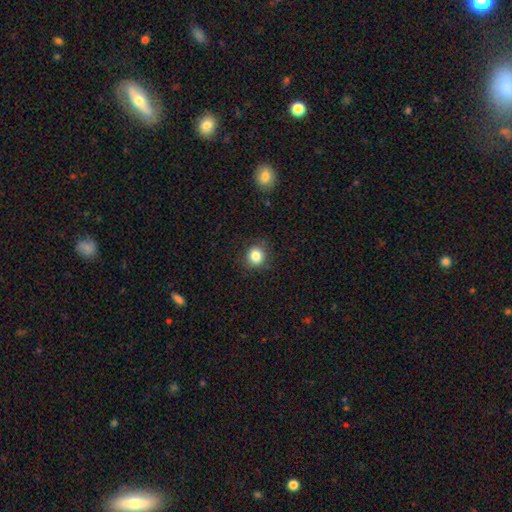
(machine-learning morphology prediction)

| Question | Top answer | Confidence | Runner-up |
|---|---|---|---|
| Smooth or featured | smooth | 84% | star or artifact (11%) |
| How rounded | round | 83% | in between (16%) |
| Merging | none | 83% | minor disturbance (12%) |